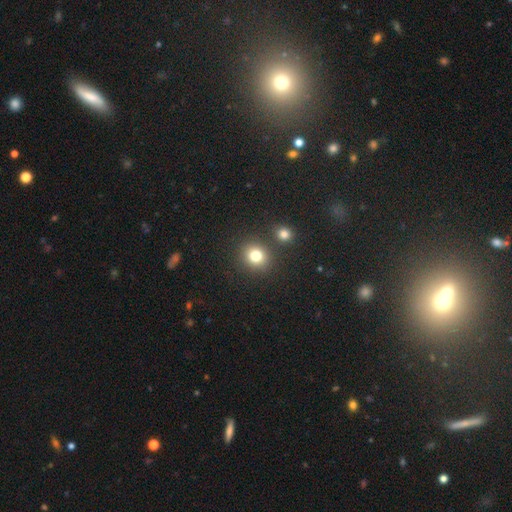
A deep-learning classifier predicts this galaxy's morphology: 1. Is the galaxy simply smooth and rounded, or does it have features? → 79% smooth, 14% star or artifact, 7% featured or disk.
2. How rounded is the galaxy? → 85% round, 14% in between, 1% cigar-shaped.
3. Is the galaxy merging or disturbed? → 81% none, 9% merger, 7% minor disturbance, 3% major disturbance.